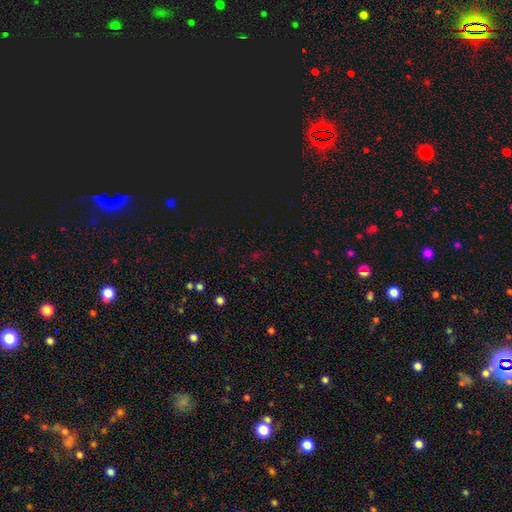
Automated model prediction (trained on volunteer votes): smooth_or_featured: star or artifact (p=0.64) [alt: smooth p=0.29]